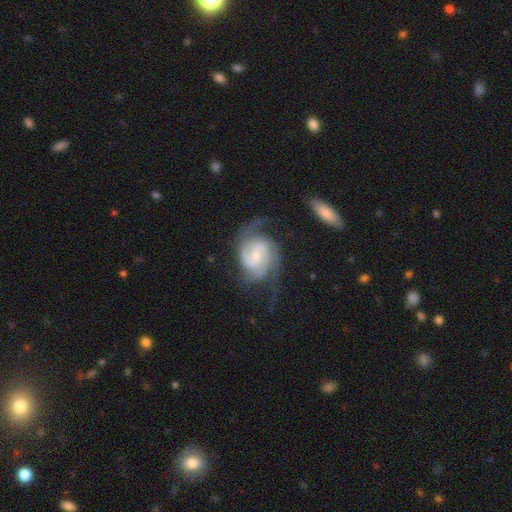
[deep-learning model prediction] A featured or disk galaxy (90%) with a weak bar (45%), 2 (67%) tight (48%) spiral arms (98%) and a small central bulge (59%).

Vote fractions:
- Smooth or featured? featured or disk: 90% / smooth: 6% / star or artifact: 5%
- Edge-on disk? no: 98% / yes: 2%
- Bar? weak: 45% / no: 44% / strong: 11%
- Spiral arms? yes: 98% / no: 2%
- Spiral winding? tight: 48% / medium: 42% / loose: 10%
- Spiral arm count? 2: 67% / 3: 15% / can't tell: 9% / 4: 3% / 1: 3% / more than 4: 3%
- Bulge size? small: 59% / moderate: 34% / none: 4% / large: 2% / dominant: 1%
- Merging? none: 63% / minor disturbance: 20% / major disturbance: 15% / merger: 3%